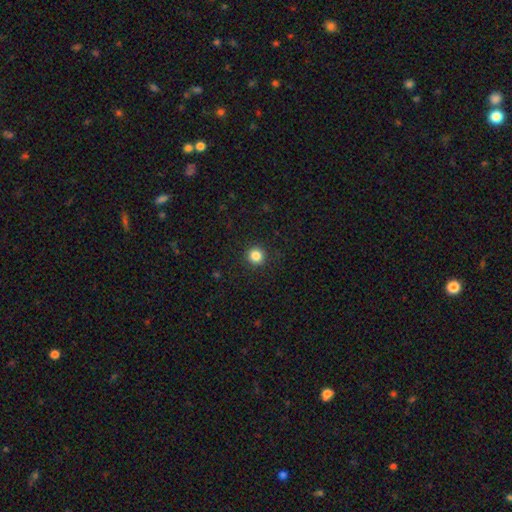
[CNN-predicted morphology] Smooth or featured?
  - smooth: 85% *
  - star or artifact: 11%
  - featured or disk: 4%
How rounded?
  - round: 94% *
  - in between: 5%
  - cigar-shaped: 1%
Merging?
  - none: 92% *
  - minor disturbance: 5%
  - major disturbance: 2%
  - merger: 1%